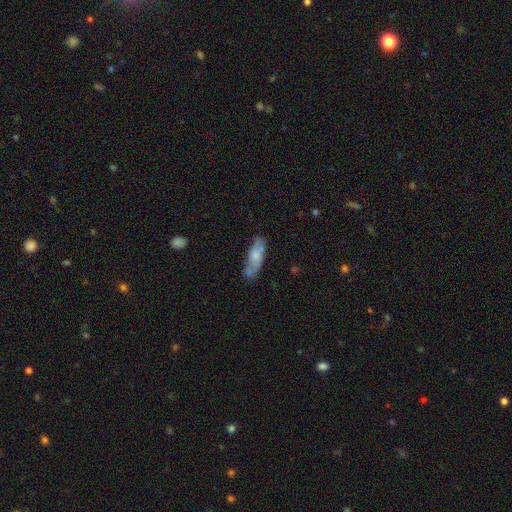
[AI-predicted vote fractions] Smooth or featured? smooth (64%)
How rounded? in between (56%)
Merging? none (62%)